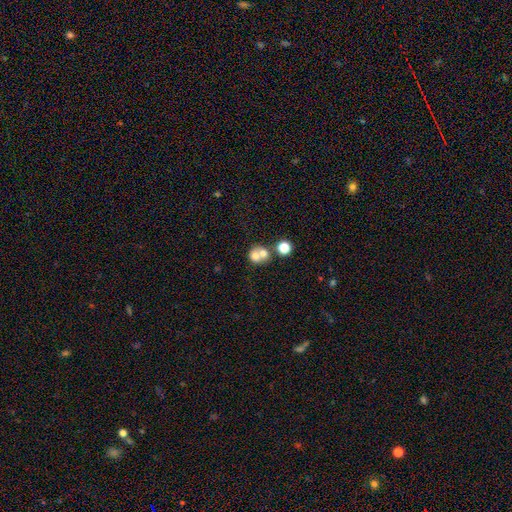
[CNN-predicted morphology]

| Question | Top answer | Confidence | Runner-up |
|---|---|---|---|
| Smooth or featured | smooth | 67% | featured or disk (21%) |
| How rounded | round | 77% | in between (22%) |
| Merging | merger | 59% | none (31%) |